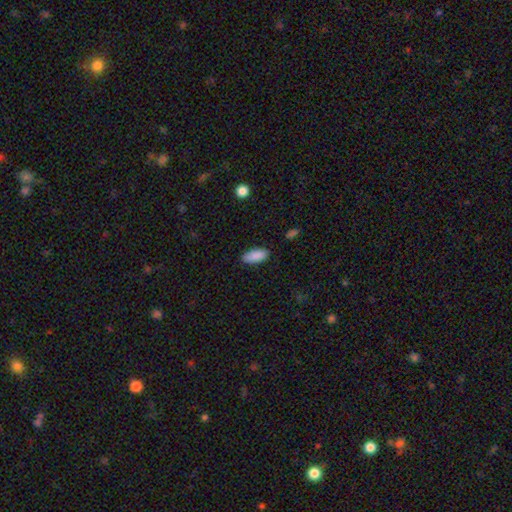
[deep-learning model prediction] Smooth or featured? Predicted: smooth (p=0.90). How rounded? Predicted: in between (p=0.88). Merging? Predicted: none (p=0.86).